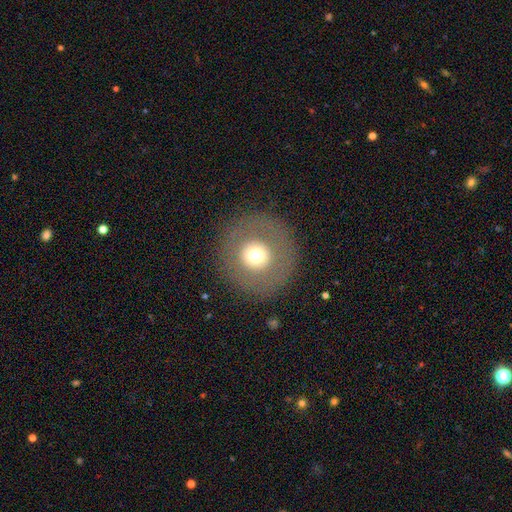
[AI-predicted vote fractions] This is likely a smooth galaxy (60%). How rounded: clearly round (95%). Merging: clearly none (87%).